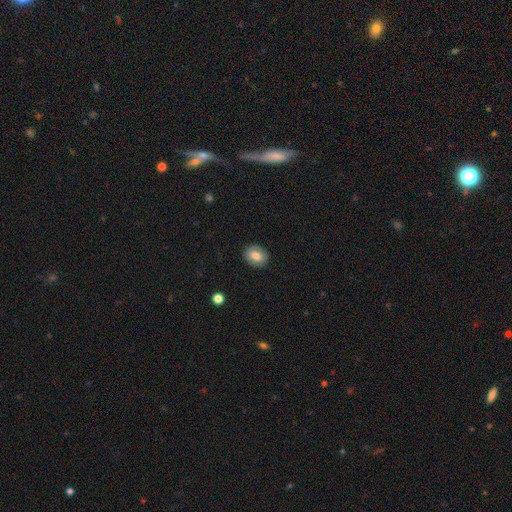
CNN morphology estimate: A smooth galaxy with no disk features (73%) that is in between round and cigar-shaped (56%).

Vote fractions:
- Smooth or featured? smooth: 73% / featured or disk: 19% / star or artifact: 8%
- How rounded? in between: 56% / round: 43% / cigar-shaped: 1%
- Merging? none: 86% / minor disturbance: 10% / major disturbance: 3% / merger: 1%